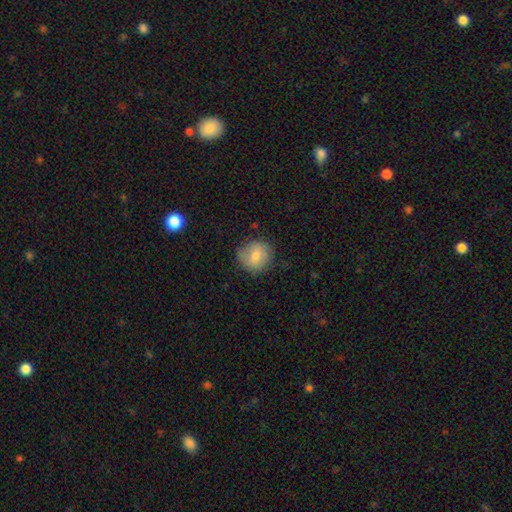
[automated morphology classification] This appears to be a smooth galaxy with no disk features (80%) that is round (88%). Merging: none (79%).